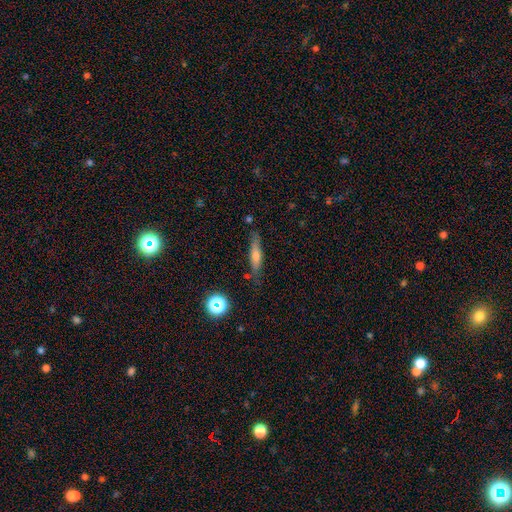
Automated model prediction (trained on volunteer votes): A smooth galaxy with no disk features (44%).

Vote fractions:
- Smooth or featured? smooth: 44% / featured or disk: 43% / star or artifact: 13%
- Merging? none: 80% / minor disturbance: 14% / major disturbance: 3% / merger: 3%